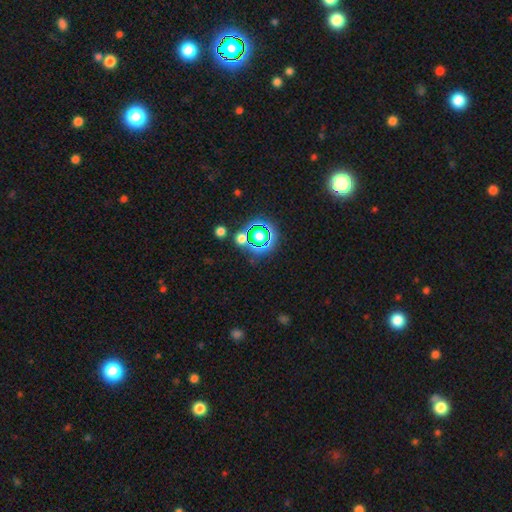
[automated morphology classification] This appears to be a star or artifact, not a galaxy (76%).